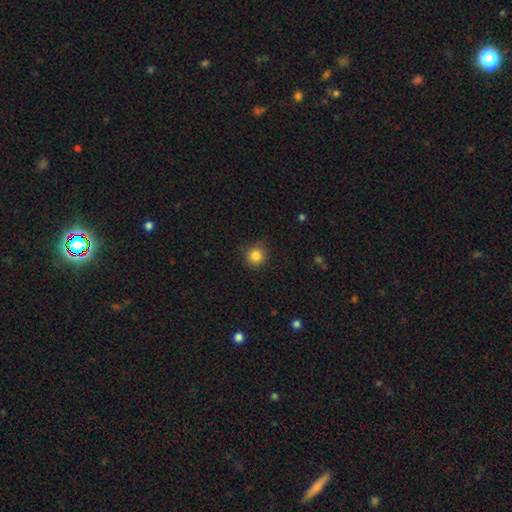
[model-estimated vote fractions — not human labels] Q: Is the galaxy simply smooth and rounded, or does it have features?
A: smooth — 84%.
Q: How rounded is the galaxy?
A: round — 92%.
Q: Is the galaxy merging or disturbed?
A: none — 86%.